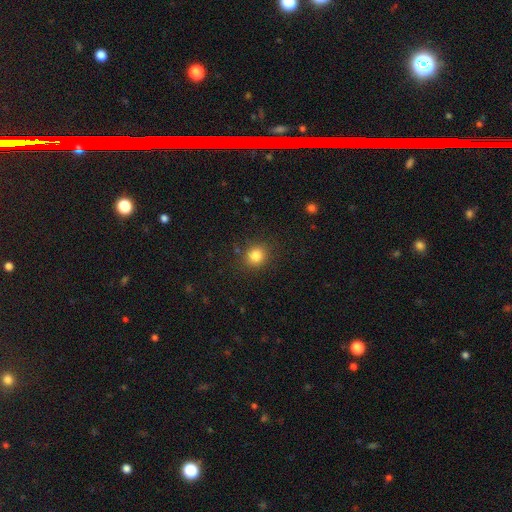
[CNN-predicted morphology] A smooth galaxy with no disk features (83%) that is round (86%).

Vote fractions:
- Smooth or featured? smooth: 83% / star or artifact: 12% / featured or disk: 6%
- How rounded? round: 86% / in between: 14% / cigar-shaped: 1%
- Merging? none: 87% / minor disturbance: 9% / major disturbance: 3% / merger: 2%